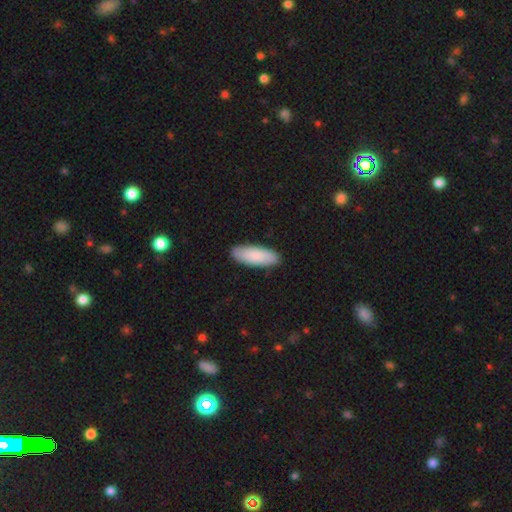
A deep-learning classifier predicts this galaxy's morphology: Smooth or featured? smooth (86%)
How rounded? in between (68%)
Merging? none (89%)